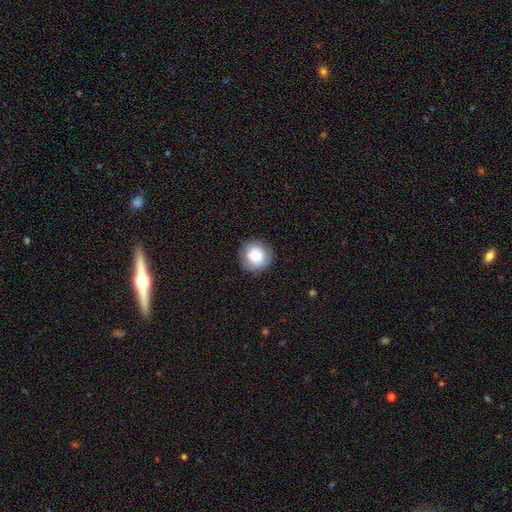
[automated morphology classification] The model was most divided on "smooth or featured": smooth: 79%, featured or disk: 12%, star or artifact: 8%. More confident: how rounded — round (93%); merging — none (86%).